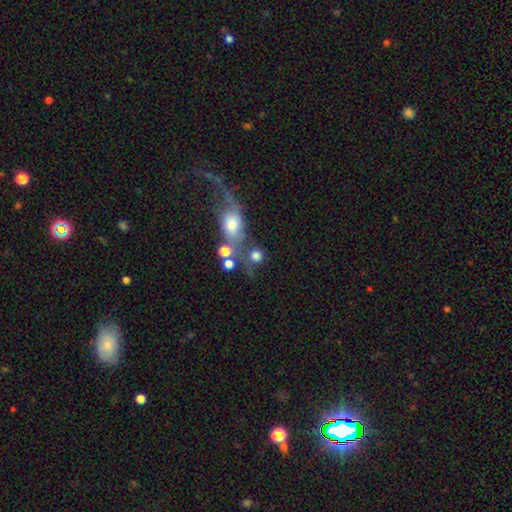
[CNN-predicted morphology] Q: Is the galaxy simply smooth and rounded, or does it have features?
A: smooth — 75%.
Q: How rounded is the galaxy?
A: round — 79%.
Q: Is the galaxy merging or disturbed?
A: none — 48%.